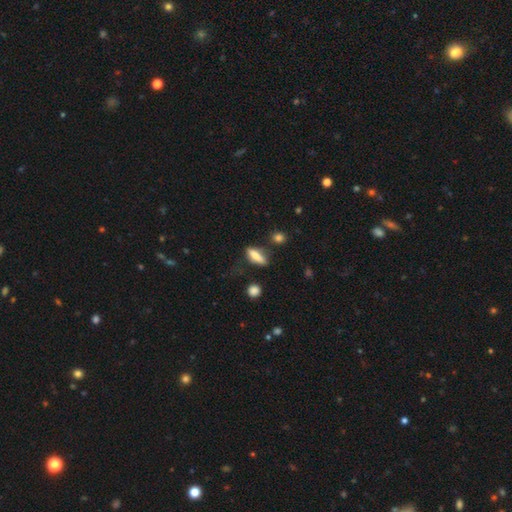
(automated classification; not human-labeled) Q: Smooth or featured?
A: smooth (70%); runner-up: featured or disk (22%)
Q: How rounded?
A: in between (51%); runner-up: cigar-shaped (45%)
Q: Merging?
A: none (64%); runner-up: minor disturbance (22%)